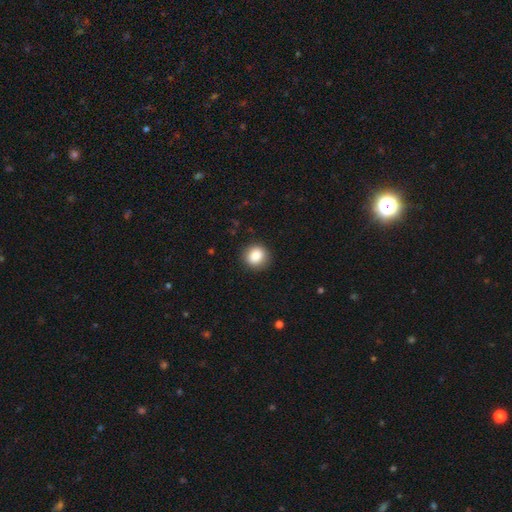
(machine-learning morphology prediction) Smooth or featured? Predicted: smooth (p=0.86). How rounded? Predicted: round (p=0.85). Merging? Predicted: none (p=0.89).